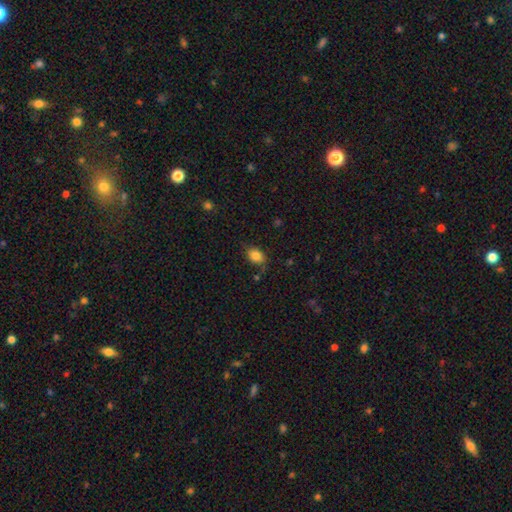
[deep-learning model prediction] Overall: smooth (82%). How rounded: in between (71%). Merging: none (72%).